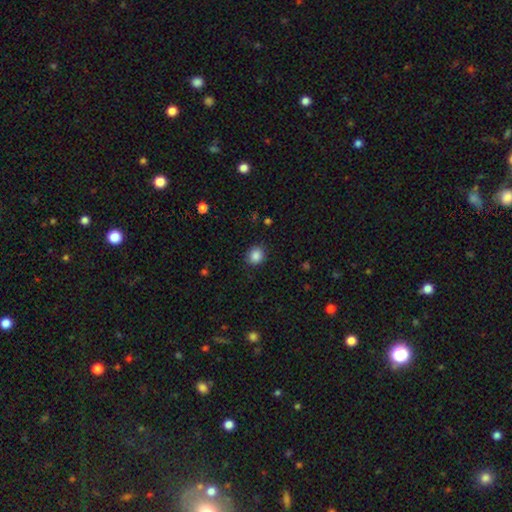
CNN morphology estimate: A smooth galaxy with no disk features (86%) that is round (81%). Merging: none (88%).